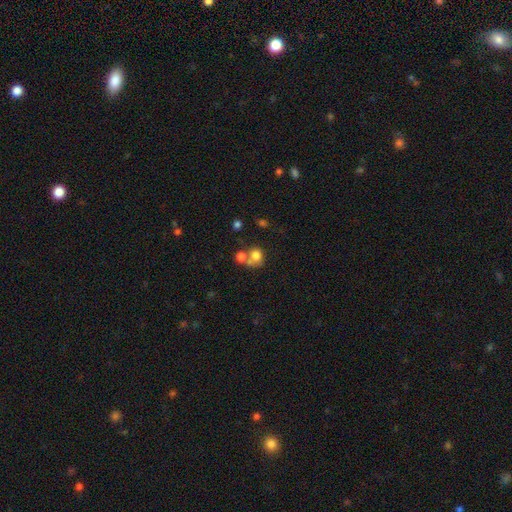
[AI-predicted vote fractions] A smooth galaxy with no disk features (73%) that is round (71%). Merging: merger (48%).